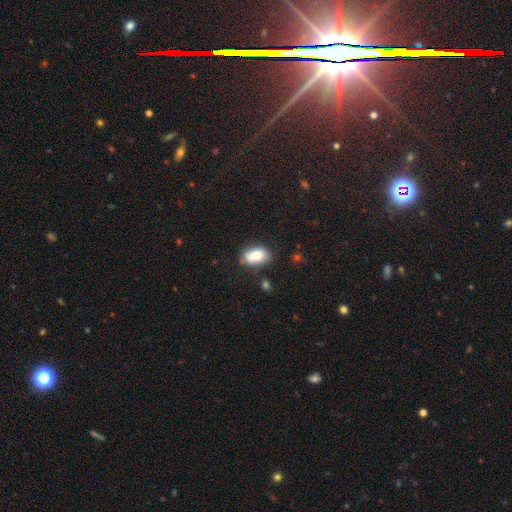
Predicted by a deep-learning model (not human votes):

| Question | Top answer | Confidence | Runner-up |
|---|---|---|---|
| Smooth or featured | smooth | 80% | featured or disk (12%) |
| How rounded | in between | 87% | round (11%) |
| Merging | none | 60% | minor disturbance (23%) |